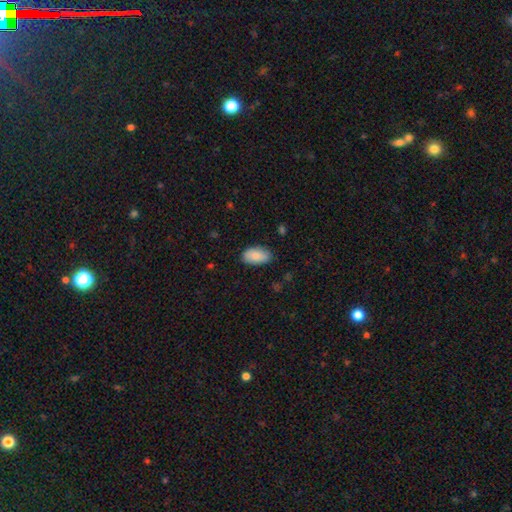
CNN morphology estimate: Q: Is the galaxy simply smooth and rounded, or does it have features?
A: smooth — 88%.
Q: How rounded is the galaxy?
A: in between — 95%.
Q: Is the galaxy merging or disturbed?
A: none — 84%.